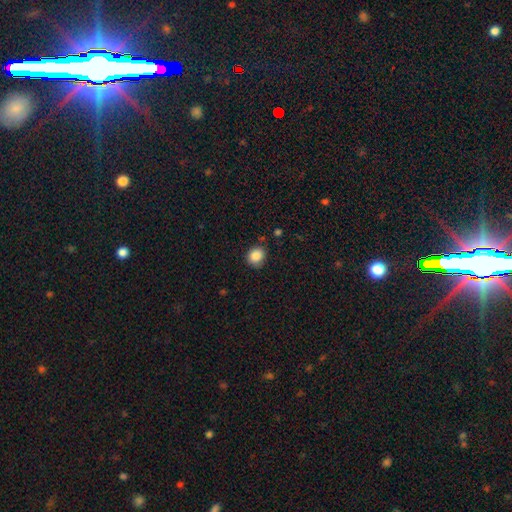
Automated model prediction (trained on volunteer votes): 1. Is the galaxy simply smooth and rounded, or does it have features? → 87% smooth, 9% star or artifact, 4% featured or disk.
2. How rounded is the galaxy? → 77% round, 22% in between, 1% cigar-shaped.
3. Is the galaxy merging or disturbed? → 82% none, 13% minor disturbance, 3% major disturbance, 2% merger.